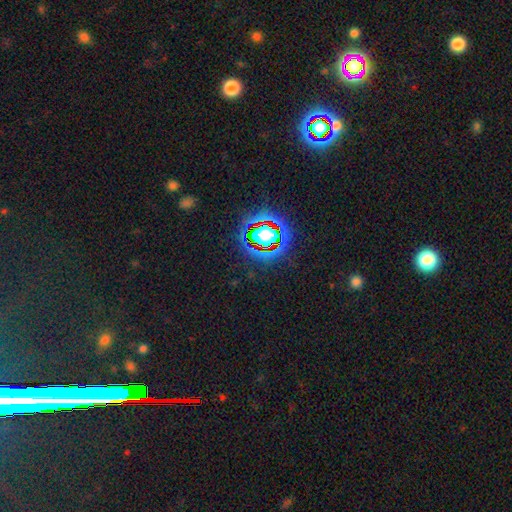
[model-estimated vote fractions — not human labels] smooth-or-featured: star or artifact: 80% | smooth: 11% | featured or disk: 9%